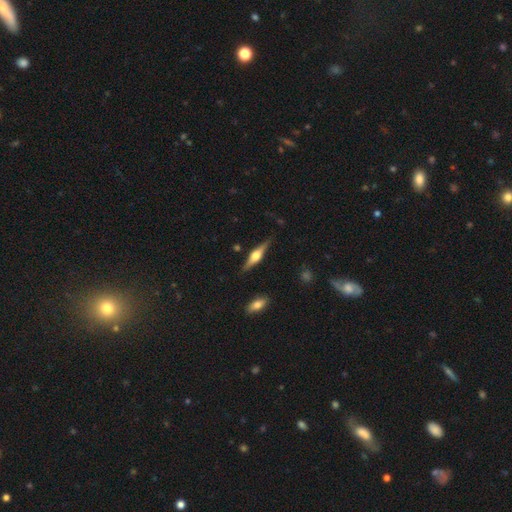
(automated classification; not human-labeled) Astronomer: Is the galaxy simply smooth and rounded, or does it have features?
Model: featured or disk — 72%.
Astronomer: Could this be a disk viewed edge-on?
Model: yes — 97%.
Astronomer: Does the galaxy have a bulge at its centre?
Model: rounded — 92%.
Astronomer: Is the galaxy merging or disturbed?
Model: none — 86%.